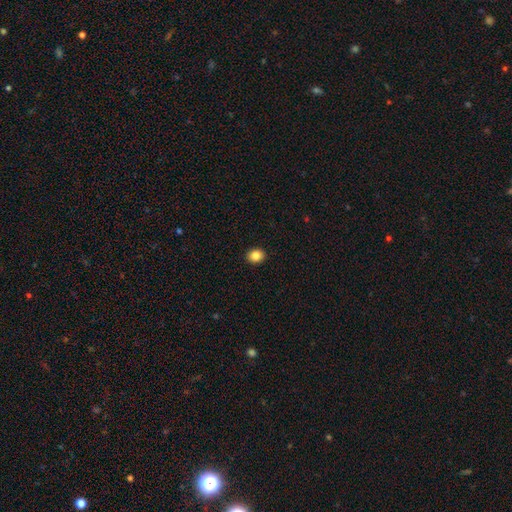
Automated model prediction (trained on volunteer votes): Smooth or featured? smooth (85%)
How rounded? round (63%)
Merging? none (92%)